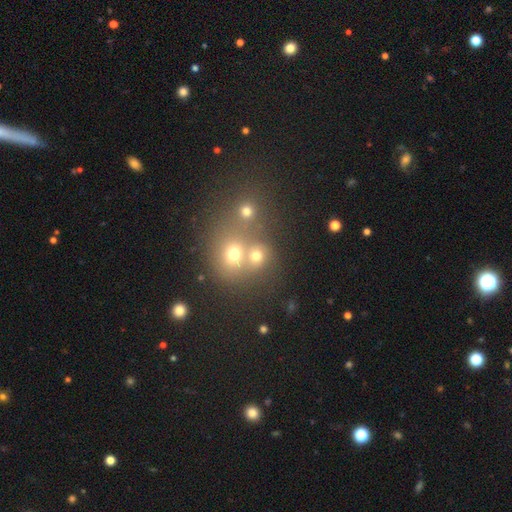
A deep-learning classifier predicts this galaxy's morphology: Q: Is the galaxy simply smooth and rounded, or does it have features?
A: smooth — 69%.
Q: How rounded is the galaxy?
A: round — 77%.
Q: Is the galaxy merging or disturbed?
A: merger — 45%.